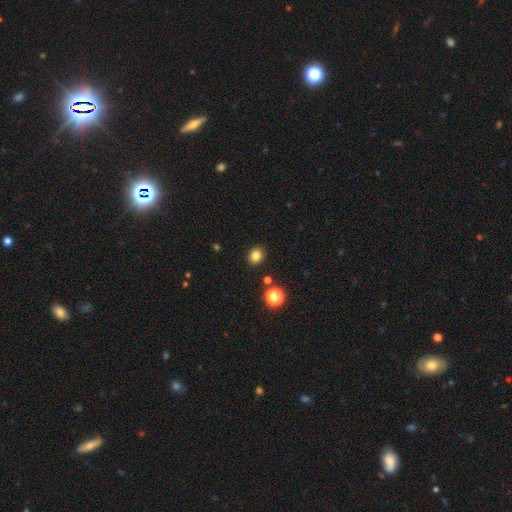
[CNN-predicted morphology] This appears to be a smooth galaxy with no disk features (82%) that is round (68%). Merging: none (89%).